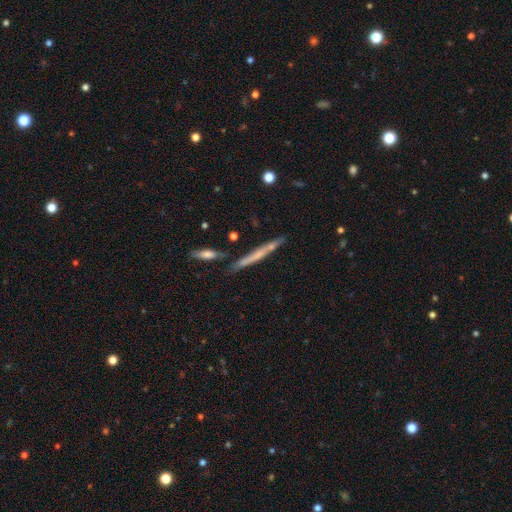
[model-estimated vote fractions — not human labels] The model was most divided on "smooth or featured": featured or disk: 48%, smooth: 45%, star or artifact: 7%. More confident: merging — none (76%).